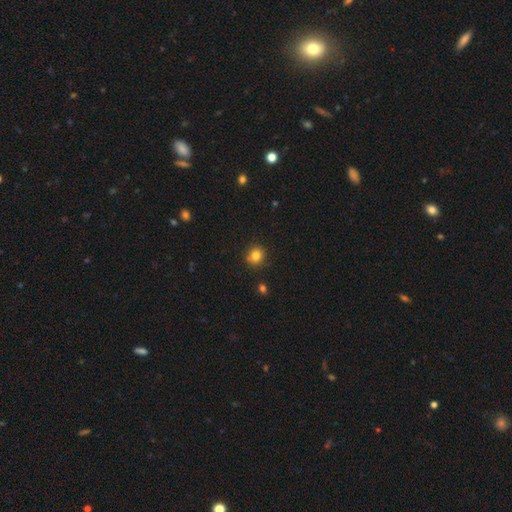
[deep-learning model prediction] smooth-or-featured: smooth: 82% | star or artifact: 12% | featured or disk: 6%
  how-rounded: round: 86% | in between: 13% | cigar-shaped: 1%
  merging: none: 86% | minor disturbance: 9% | merger: 3% | major disturbance: 2%